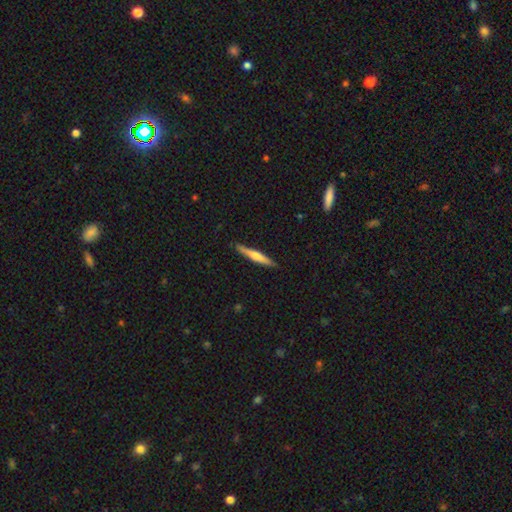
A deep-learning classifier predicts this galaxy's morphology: Smooth or featured?
  - featured or disk: 48% *
  - smooth: 46%
  - star or artifact: 5%
Merging?
  - none: 89% *
  - minor disturbance: 8%
  - major disturbance: 1%
  - merger: 1%